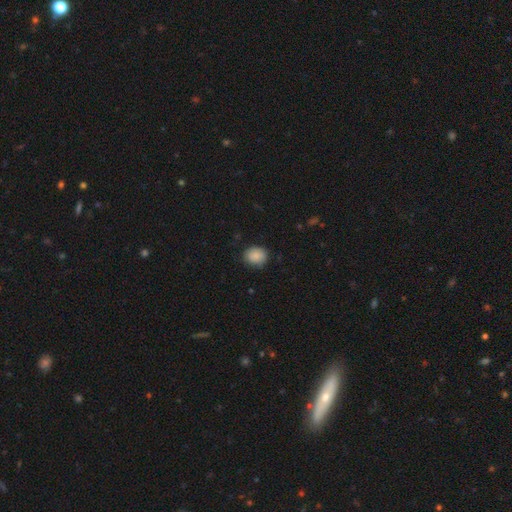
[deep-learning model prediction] Morphology: type=smooth (88%); roundness=round (61%); merging=none (80%).